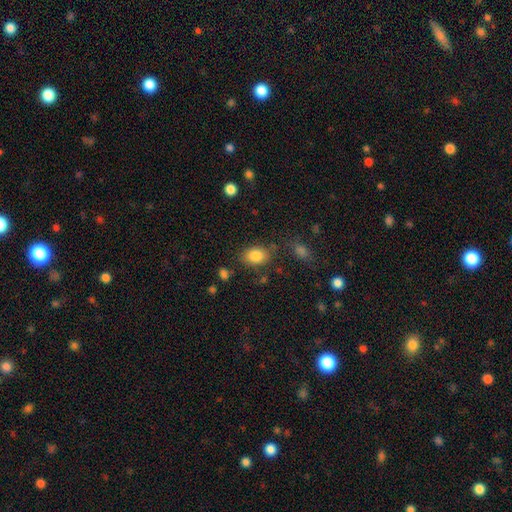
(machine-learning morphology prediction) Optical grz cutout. It shows a smooth galaxy with no disk features (84%) that is in between round and cigar-shaped (76%). Merging: none (76%).